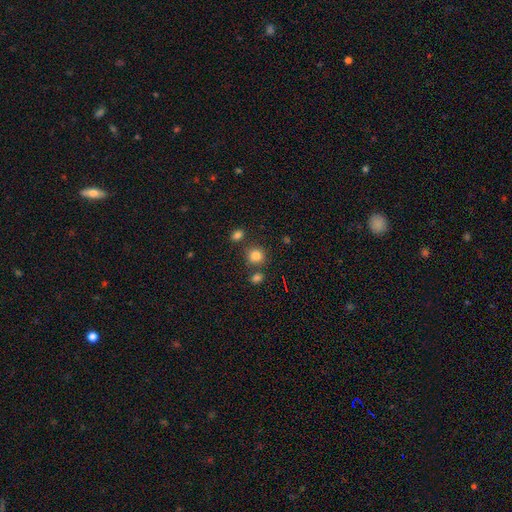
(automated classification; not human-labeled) smooth 82%, star or artifact 12%, featured or disk 5%. Down the decision tree: how rounded — round (81%); merging — none (73%).